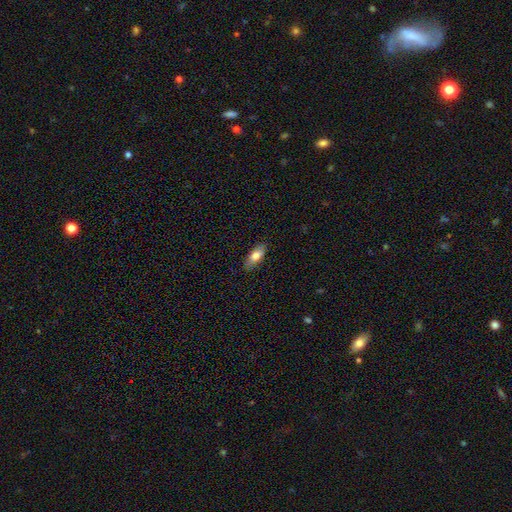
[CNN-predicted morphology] The model was most divided on "how rounded": in between: 74%, cigar-shaped: 23%, round: 3%. More confident: merging — none (86%); smooth or featured — smooth (75%).